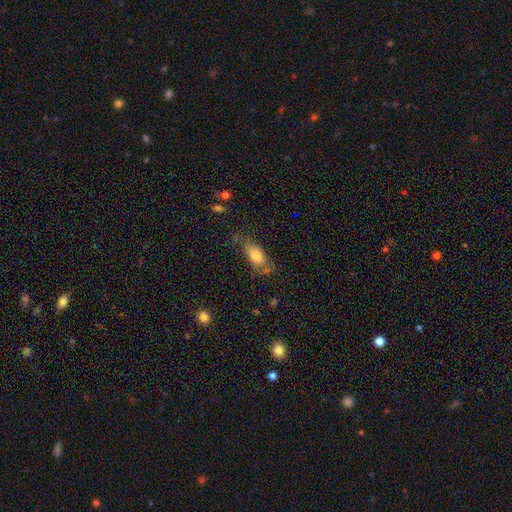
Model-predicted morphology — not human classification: Smooth or featured? Predicted: smooth (p=0.72). How rounded? Predicted: in between (p=0.83). Merging? Predicted: none (p=0.48).